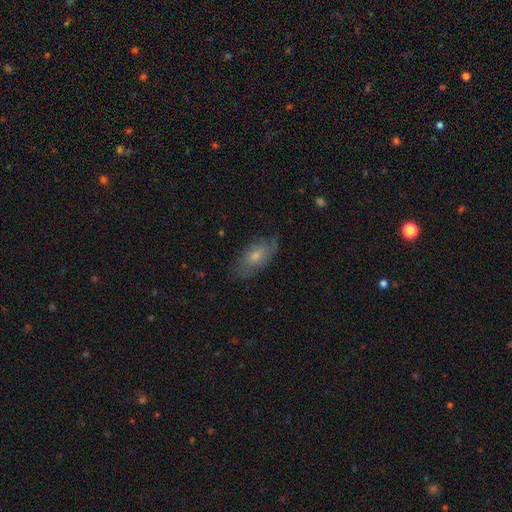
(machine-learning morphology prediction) Q: Smooth or featured?
A: smooth (48%); runner-up: featured or disk (41%)
Q: Merging?
A: none (73%); runner-up: minor disturbance (20%)